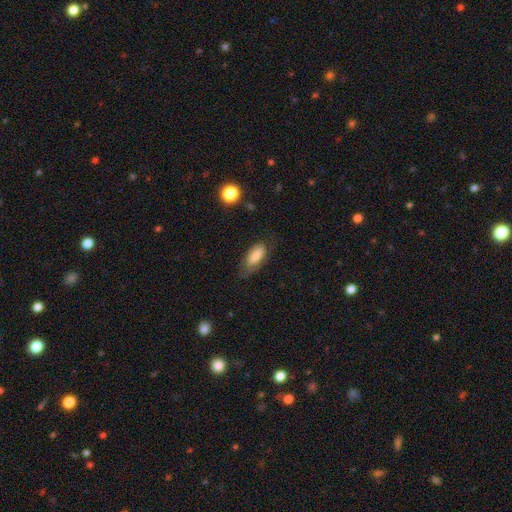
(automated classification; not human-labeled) smooth-or-featured: smooth: 77% | featured or disk: 15% | star or artifact: 8%
  how-rounded: in between: 82% | cigar-shaped: 15% | round: 3%
  merging: none: 64% | minor disturbance: 26% | major disturbance: 9% | merger: 2%